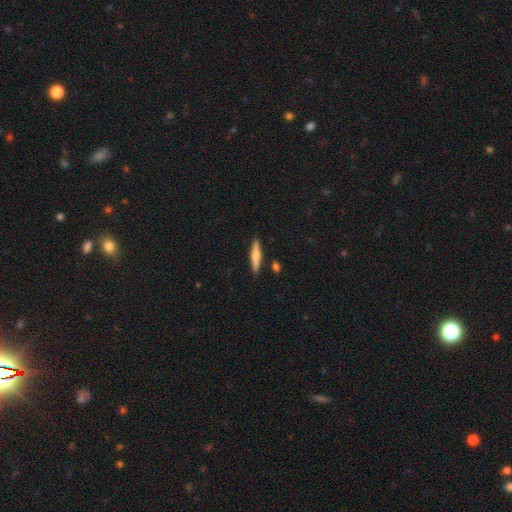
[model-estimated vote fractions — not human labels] Morphology: type=smooth (51%); roundness=cigar-shaped (88%); merging=none (87%).